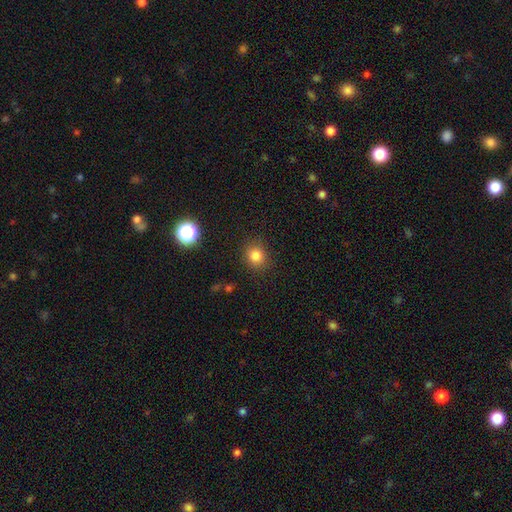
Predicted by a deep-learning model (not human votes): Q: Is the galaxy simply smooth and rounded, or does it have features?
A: smooth — 81%.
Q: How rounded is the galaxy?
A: round — 82%.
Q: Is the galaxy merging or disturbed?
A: none — 87%.